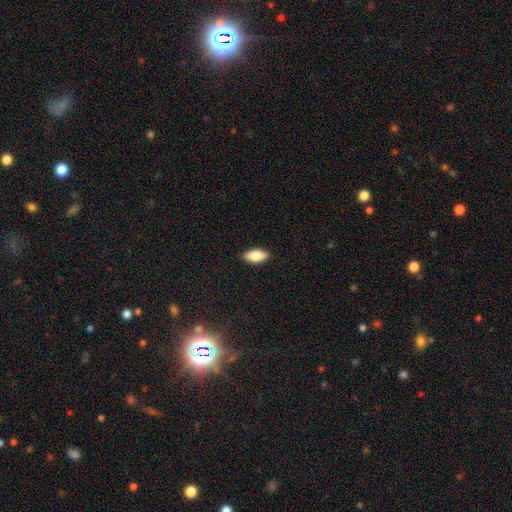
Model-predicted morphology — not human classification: A smooth galaxy with no disk features (80%) that is in between round and cigar-shaped (86%).

Vote fractions:
- Smooth or featured? smooth: 80% / featured or disk: 13% / star or artifact: 7%
- How rounded? in between: 86% / cigar-shaped: 11% / round: 3%
- Merging? none: 89% / minor disturbance: 8% / major disturbance: 2% / merger: 1%